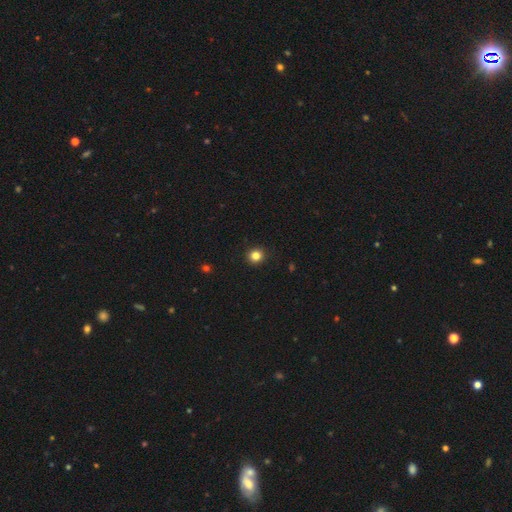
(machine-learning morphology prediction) smooth_or_featured: smooth (p=0.83) [alt: star or artifact p=0.12]
how_rounded: round (p=0.91) [alt: in between p=0.08]
merging: none (p=0.92) [alt: minor disturbance p=0.05]